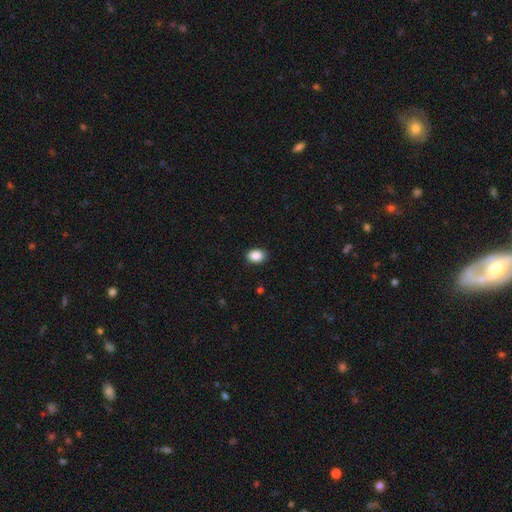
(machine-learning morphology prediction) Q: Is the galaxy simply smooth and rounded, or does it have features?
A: smooth — 89%.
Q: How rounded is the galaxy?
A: in between — 72%.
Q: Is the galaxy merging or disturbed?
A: none — 87%.